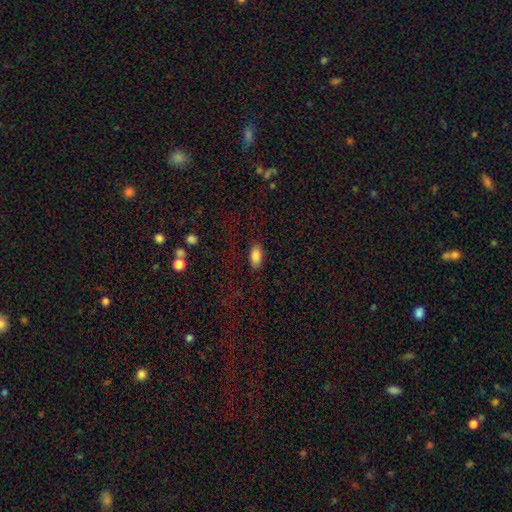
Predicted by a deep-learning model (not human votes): A smooth galaxy with no disk features (84%) that is in between round and cigar-shaped (90%).

Vote fractions:
- Smooth or featured? smooth: 84% / star or artifact: 8% / featured or disk: 8%
- How rounded? in between: 90% / cigar-shaped: 7% / round: 3%
- Merging? none: 86% / minor disturbance: 10% / major disturbance: 3% / merger: 1%